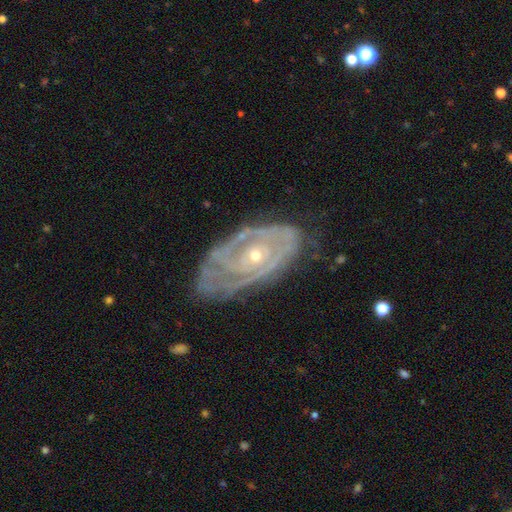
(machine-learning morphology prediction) Smooth or featured: featured or disk — 87% (smooth — 7%)
Edge-on disk: no — 95% (yes — 5%)
Bar: no — 79% (weak — 15%)
Spiral arms: yes — 91% (no — 9%)
Spiral winding: tight — 75% (medium — 20%)
Spiral arm count: 2 — 33% (tied with can't tell — 33%)
Bulge size: small — 61% (moderate — 36%)
Merging: none — 62% (minor disturbance — 24%)